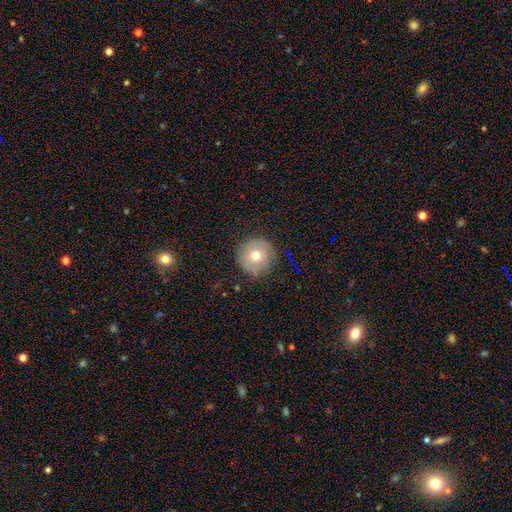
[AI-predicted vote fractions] Smooth or featured? Predicted: smooth (p=0.66). How rounded? Predicted: round (p=0.95). Merging? Predicted: none (p=0.85).